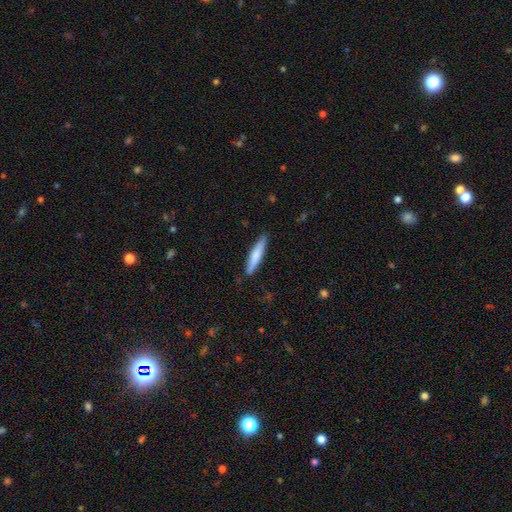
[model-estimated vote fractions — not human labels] Q: Smooth or featured?
A: smooth (72%); runner-up: featured or disk (23%)
Q: How rounded?
A: cigar-shaped (91%); runner-up: in between (8%)
Q: Merging?
A: none (88%); runner-up: minor disturbance (9%)